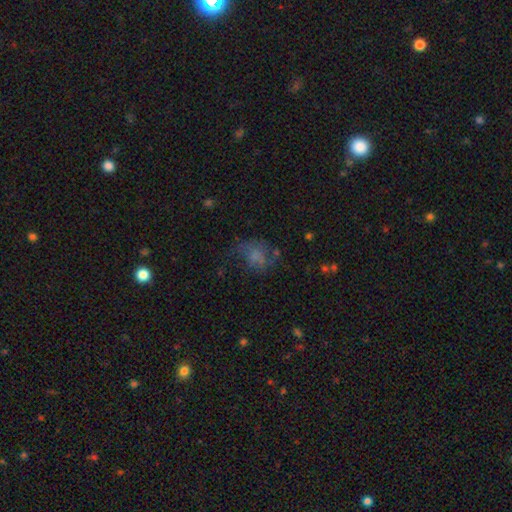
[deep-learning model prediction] Smooth or featured? Predicted: smooth (p=0.60). How rounded? Predicted: in between (p=0.50). Merging? Predicted: none (p=0.37).